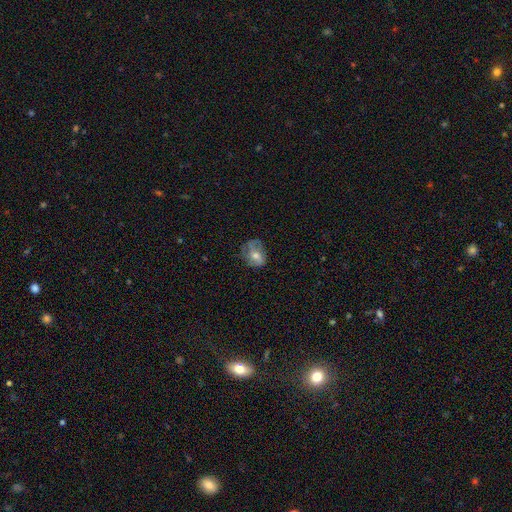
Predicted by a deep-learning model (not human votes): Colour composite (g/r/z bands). It shows a smooth galaxy with no disk features (46%). Merging: none (56%).